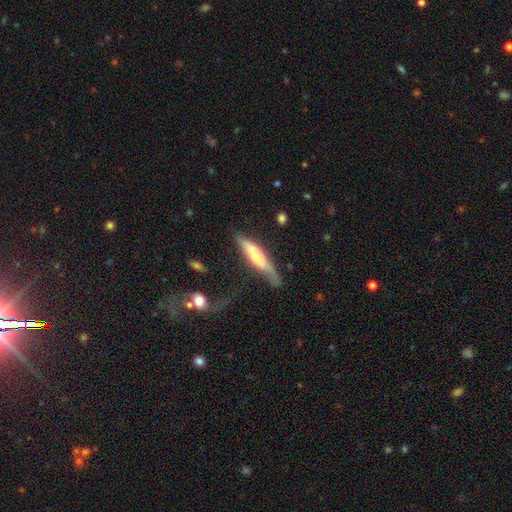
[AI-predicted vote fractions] Q: Smooth or featured?
A: smooth (55%); runner-up: featured or disk (39%)
Q: How rounded?
A: cigar-shaped (80%); runner-up: in between (18%)
Q: Merging?
A: none (47%); runner-up: minor disturbance (31%)